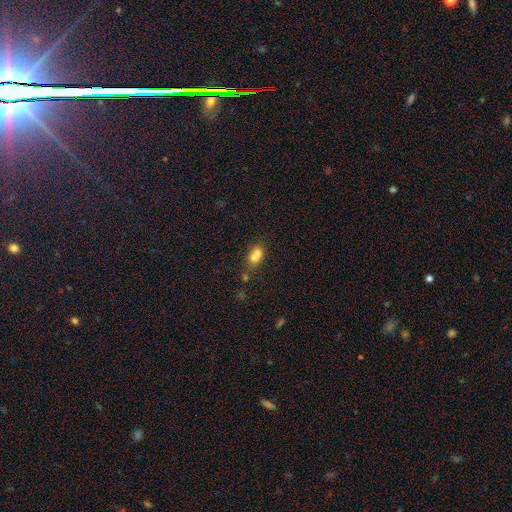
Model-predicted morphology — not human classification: smooth-or-featured: smooth: 70% | featured or disk: 17% | star or artifact: 13%
  how-rounded: in between: 54% | round: 43% | cigar-shaped: 3%
  merging: merger: 57% | none: 29% | minor disturbance: 9% | major disturbance: 5%